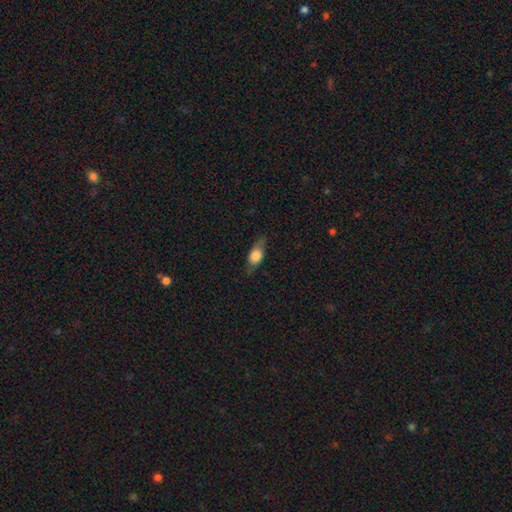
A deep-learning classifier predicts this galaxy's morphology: Q: Smooth or featured?
A: smooth (70%); runner-up: featured or disk (22%)
Q: How rounded?
A: in between (75%); runner-up: cigar-shaped (14%)
Q: Merging?
A: none (65%); runner-up: minor disturbance (26%)